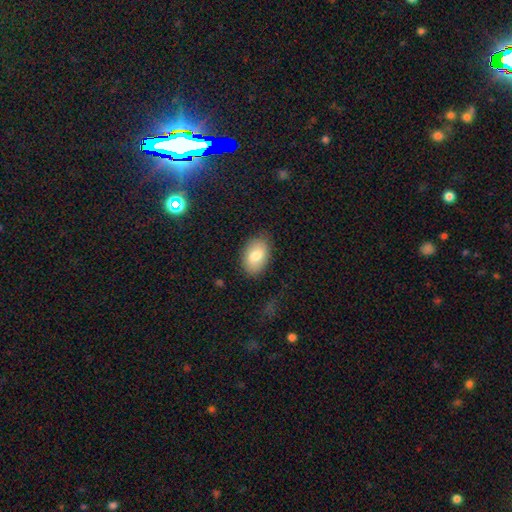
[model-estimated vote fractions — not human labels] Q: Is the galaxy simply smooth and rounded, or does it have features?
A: smooth — 79%.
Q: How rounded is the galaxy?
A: in between — 88%.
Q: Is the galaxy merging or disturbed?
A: none — 84%.